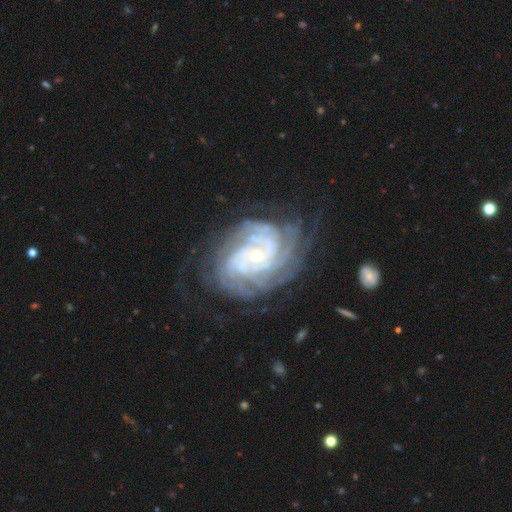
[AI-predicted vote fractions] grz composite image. It shows a featured or disk galaxy (91%) with no bar (69%), 4 (25%) tight (78%) spiral arms (98%) and a small central bulge (76%). Merging: none (71%).